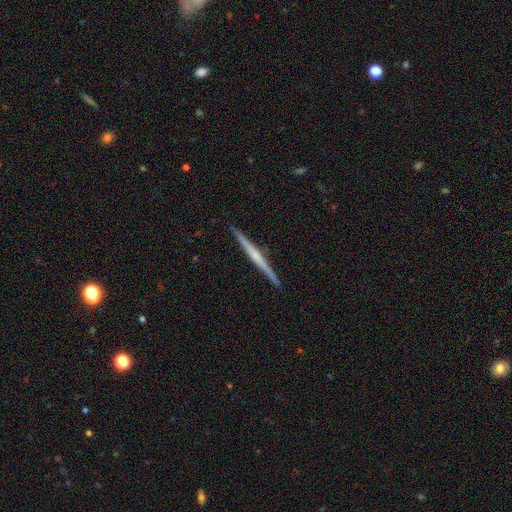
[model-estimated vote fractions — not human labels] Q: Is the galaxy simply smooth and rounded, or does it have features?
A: featured or disk — 73%.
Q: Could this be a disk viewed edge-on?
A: yes — 98%.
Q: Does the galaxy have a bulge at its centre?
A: rounded — 50%.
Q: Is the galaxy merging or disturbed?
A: none — 92%.